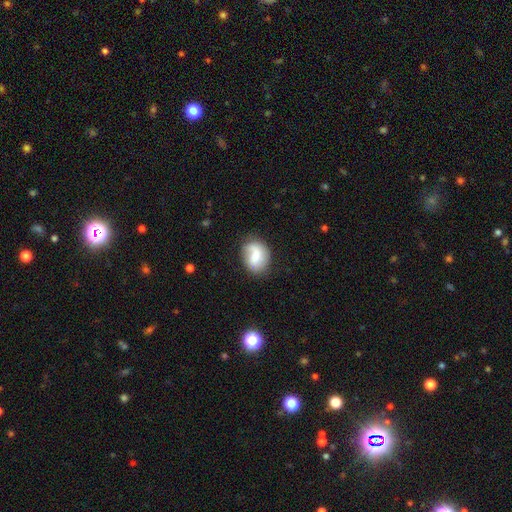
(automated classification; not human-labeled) A smooth galaxy with no disk features (62%) that is in between round and cigar-shaped (54%). Merging: none (63%).